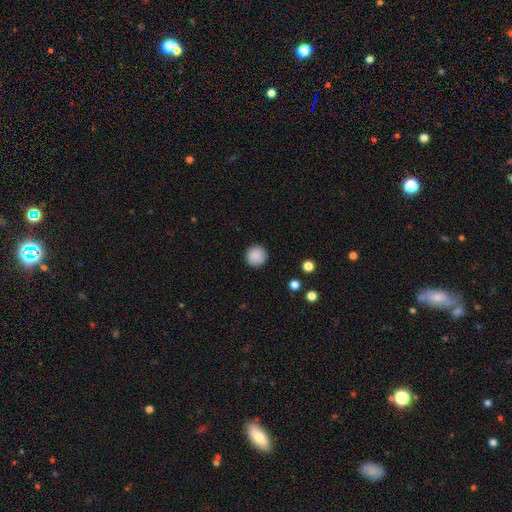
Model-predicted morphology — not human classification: Smooth or featured: smooth — 89% (star or artifact — 8%)
How rounded: round — 95% (in between — 4%)
Merging: none — 92% (minor disturbance — 5%)